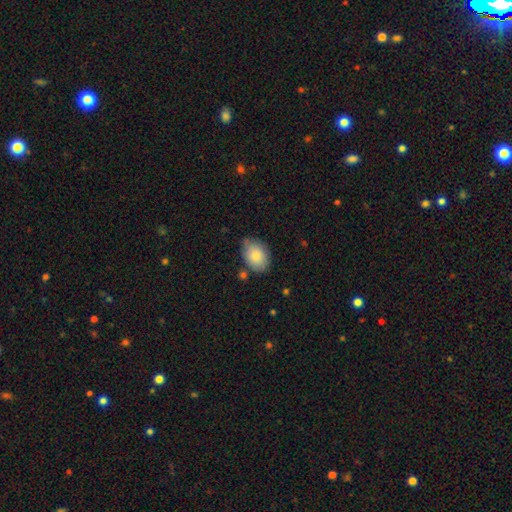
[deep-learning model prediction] Q: Smooth or featured?
A: smooth (83%); runner-up: featured or disk (10%)
Q: How rounded?
A: in between (78%); runner-up: round (21%)
Q: Merging?
A: none (72%); runner-up: minor disturbance (20%)